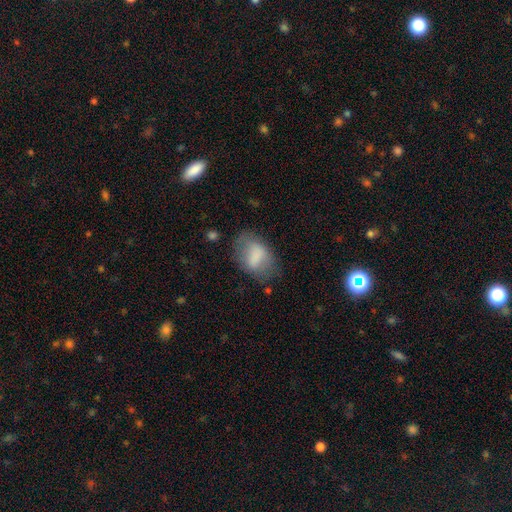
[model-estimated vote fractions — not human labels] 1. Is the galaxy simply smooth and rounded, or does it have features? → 70% smooth, 22% featured or disk, 8% star or artifact.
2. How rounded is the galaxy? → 85% in between, 13% round, 2% cigar-shaped.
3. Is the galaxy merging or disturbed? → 56% none, 26% minor disturbance, 14% major disturbance, 3% merger.